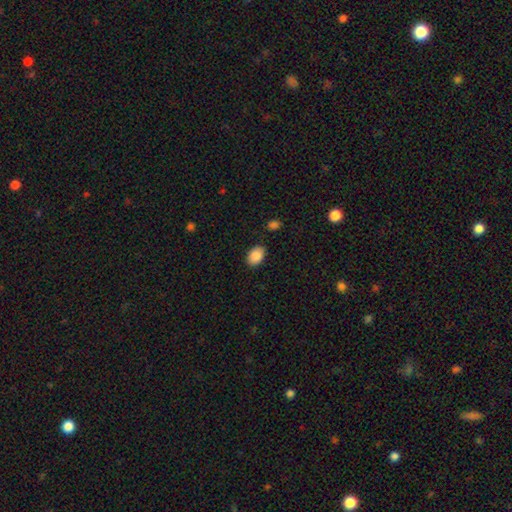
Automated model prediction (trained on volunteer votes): Smooth or featured: smooth — 88% (star or artifact — 7%)
How rounded: in between — 83% (round — 16%)
Merging: none — 84% (minor disturbance — 11%)